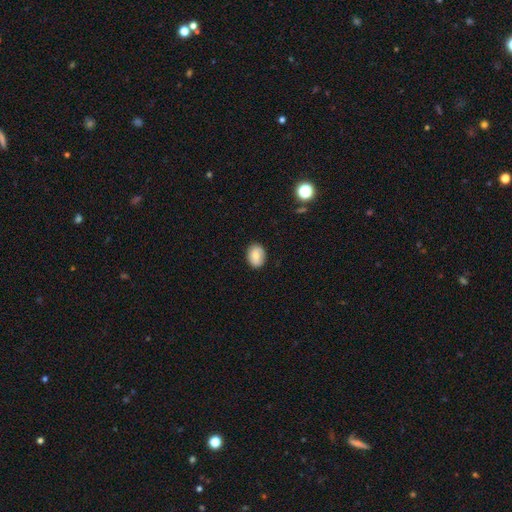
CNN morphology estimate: This is likely a smooth galaxy (79%). How rounded: likely in between (69%). Merging: clearly none (87%).